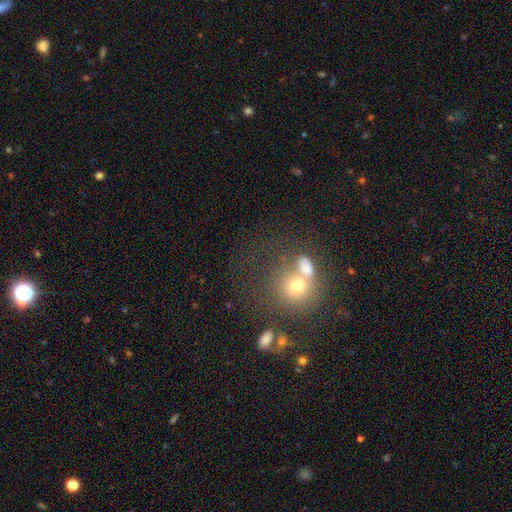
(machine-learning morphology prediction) The model was most divided on "merging": merger: 45%, none: 38%, minor disturbance: 9%, major disturbance: 7%. More confident: how rounded — round (82%); smooth or featured — smooth (51%).